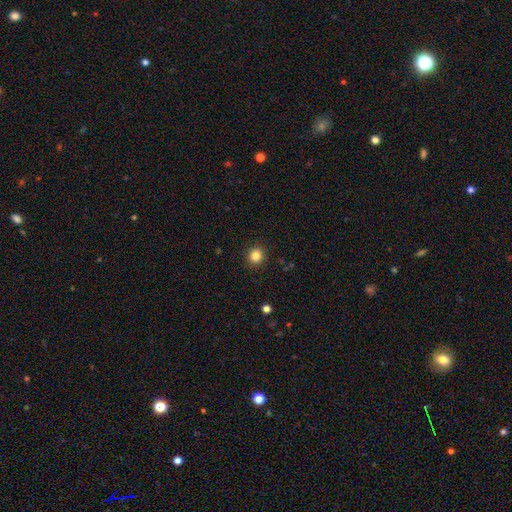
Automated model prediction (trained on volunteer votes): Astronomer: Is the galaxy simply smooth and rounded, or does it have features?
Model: smooth — 84%.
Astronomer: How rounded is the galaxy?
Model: round — 88%.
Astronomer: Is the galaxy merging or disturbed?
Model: none — 91%.